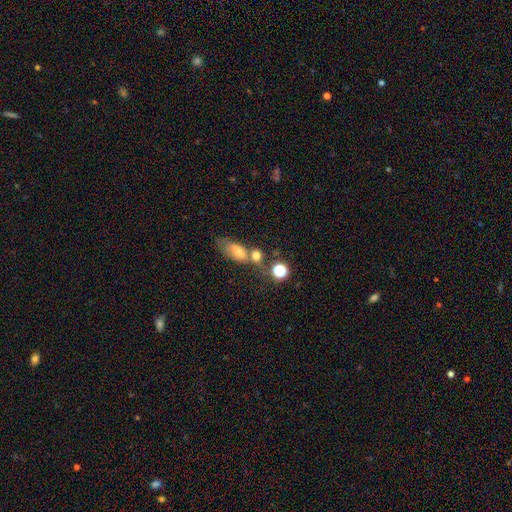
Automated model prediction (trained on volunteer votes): The model was most divided on "merging": none: 40%, merger: 34%, minor disturbance: 16%, major disturbance: 11%. More confident: how rounded — in between (62%); smooth or featured — smooth (59%).